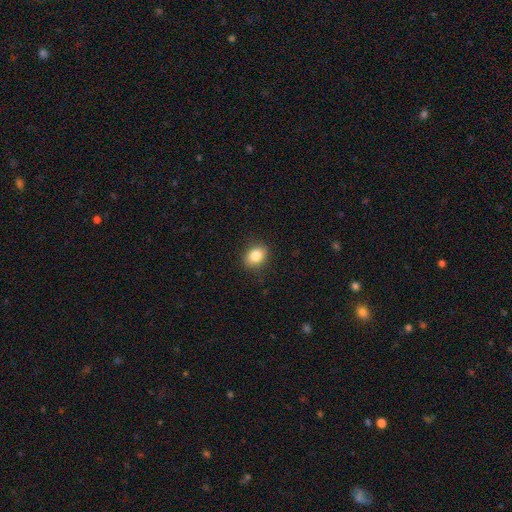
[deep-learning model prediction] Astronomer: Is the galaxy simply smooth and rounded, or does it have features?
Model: smooth — 84%.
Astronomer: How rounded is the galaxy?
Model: in between — 55% (runner-up: round, 44%).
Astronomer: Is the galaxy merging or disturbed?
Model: none — 87%.